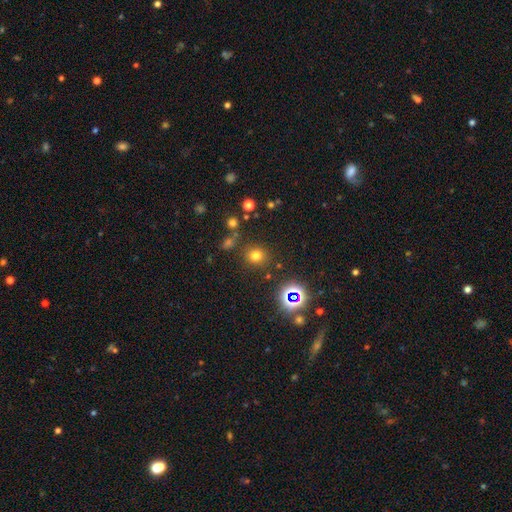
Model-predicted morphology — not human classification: This appears to be a smooth galaxy with no disk features (68%) that is round (88%). Merging: none (84%).